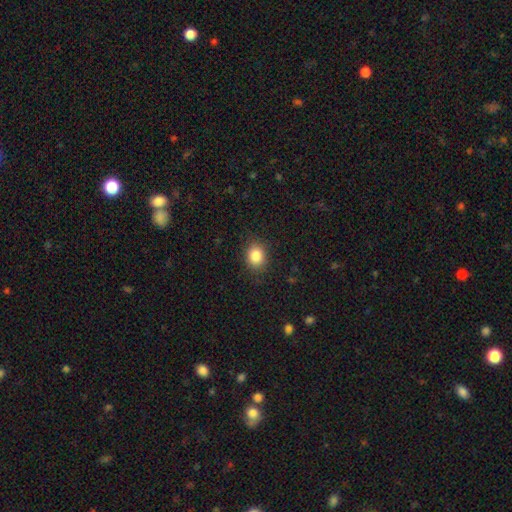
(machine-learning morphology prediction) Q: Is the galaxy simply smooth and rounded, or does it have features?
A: smooth — 85%.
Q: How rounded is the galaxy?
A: round — 57%.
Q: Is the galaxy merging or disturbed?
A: none — 85%.